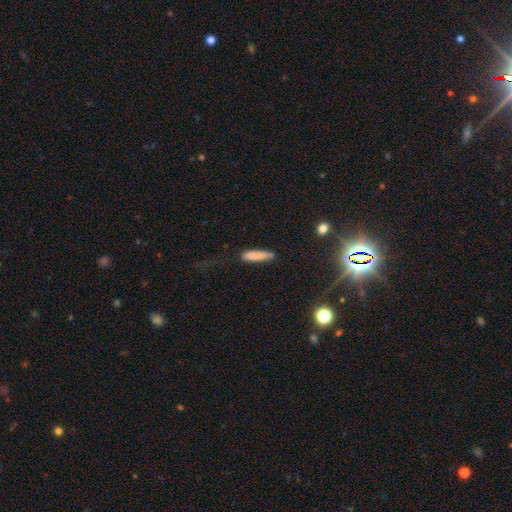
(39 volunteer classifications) This appears to be a smooth galaxy with no disk features (87%) that is cigar-shaped (88%). Merging: none (65%).